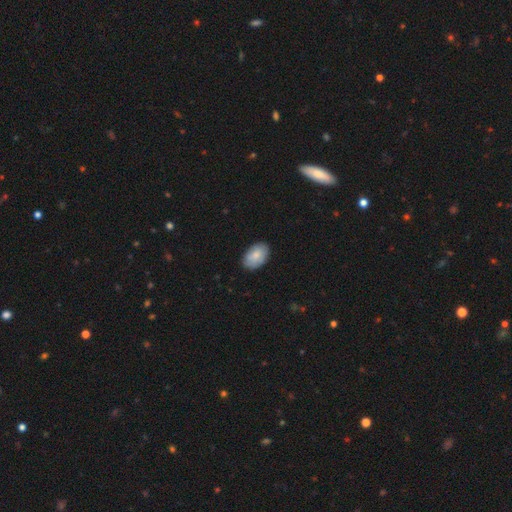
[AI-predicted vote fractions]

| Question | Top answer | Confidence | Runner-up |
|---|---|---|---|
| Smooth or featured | smooth | 83% | featured or disk (12%) |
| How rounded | in between | 91% | round (8%) |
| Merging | none | 85% | minor disturbance (12%) |